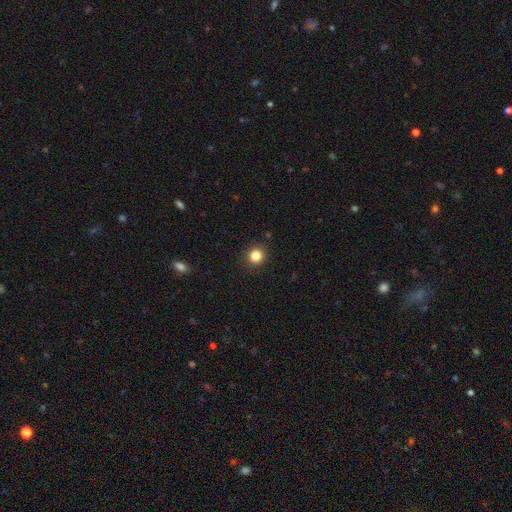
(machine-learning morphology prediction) type=smooth (84%); roundness=round (89%); merging=none (90%).